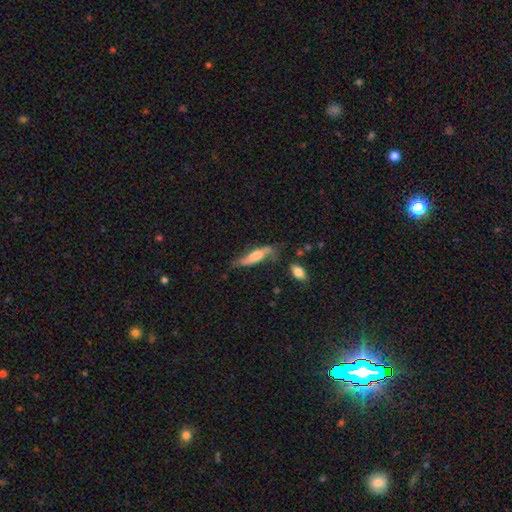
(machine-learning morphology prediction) Smooth or featured? Predicted: featured or disk (p=0.48). Merging? Predicted: none (p=0.50).